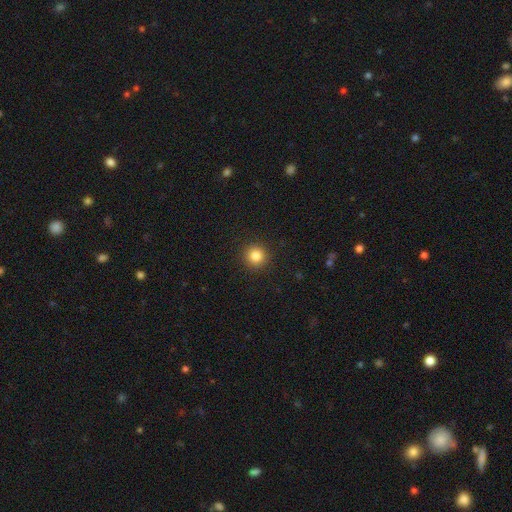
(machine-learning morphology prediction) This is clearly a smooth galaxy (84%). How rounded: clearly round (95%). Merging: clearly none (92%).